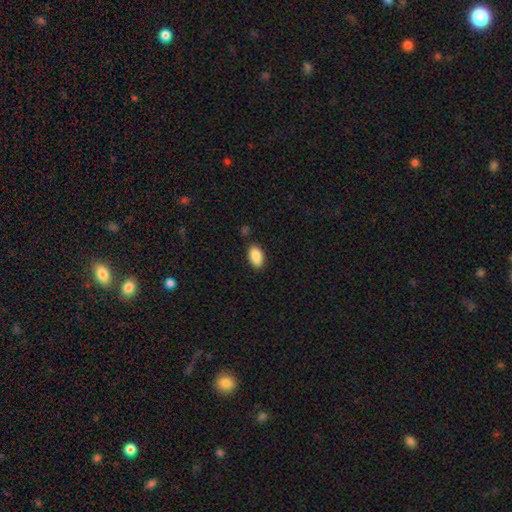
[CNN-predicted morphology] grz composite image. It shows a smooth galaxy with no disk features (89%) that is in between round and cigar-shaped (93%). Merging: none (83%).